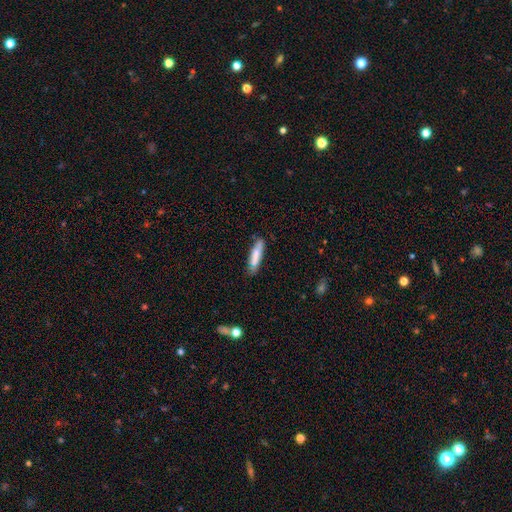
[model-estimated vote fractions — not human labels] This appears to be a smooth galaxy with no disk features (74%) that is cigar-shaped (83%). Merging: none (73%).